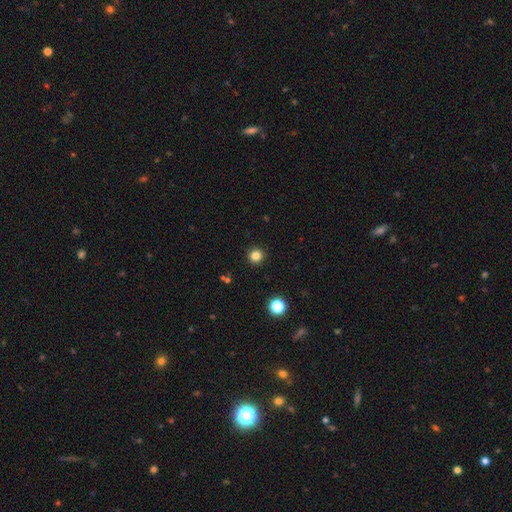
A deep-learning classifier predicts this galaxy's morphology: This appears to be a smooth galaxy with no disk features (82%) that is round (95%). Merging: none (93%).